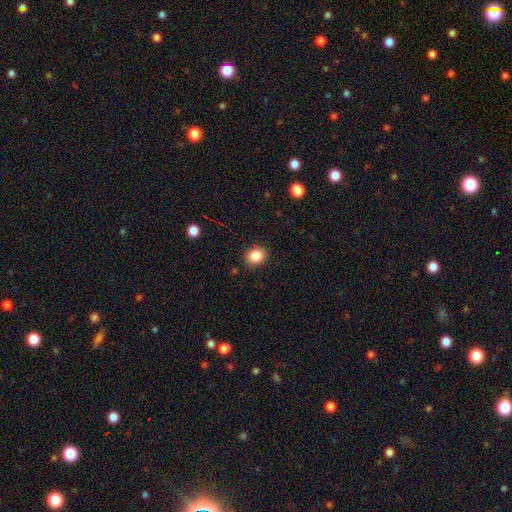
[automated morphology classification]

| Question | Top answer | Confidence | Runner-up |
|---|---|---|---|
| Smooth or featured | smooth | 85% | star or artifact (10%) |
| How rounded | round | 61% | in between (38%) |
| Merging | none | 89% | minor disturbance (7%) |